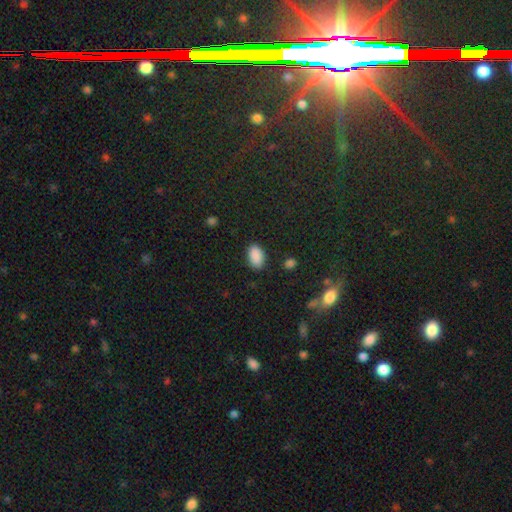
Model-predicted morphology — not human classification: smooth-or-featured: smooth: 89% | star or artifact: 8% | featured or disk: 3%
  how-rounded: in between: 91% | round: 7% | cigar-shaped: 1%
  merging: none: 83% | minor disturbance: 13% | major disturbance: 3% | merger: 2%